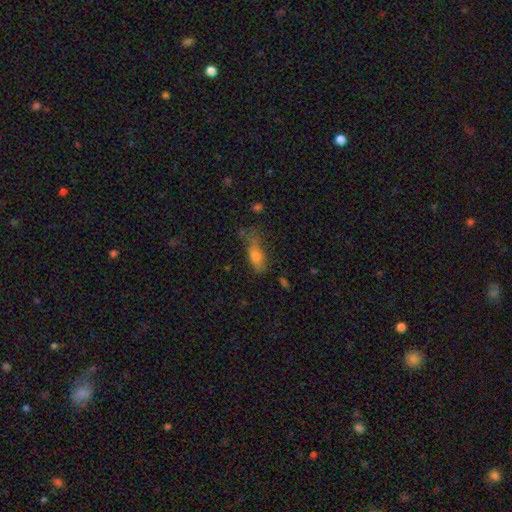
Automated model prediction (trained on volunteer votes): Q: Smooth or featured?
A: smooth (70%); runner-up: featured or disk (19%)
Q: How rounded?
A: in between (61%); runner-up: cigar-shaped (35%)
Q: Merging?
A: none (49%); runner-up: minor disturbance (30%)